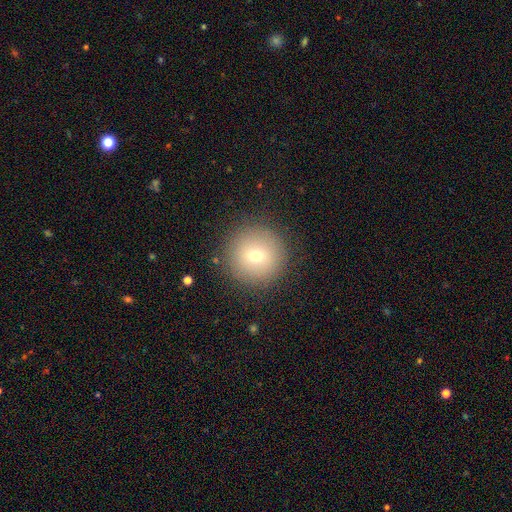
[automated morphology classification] This appears to be a smooth galaxy with no disk features (71%) that is round (96%). Merging: none (89%).